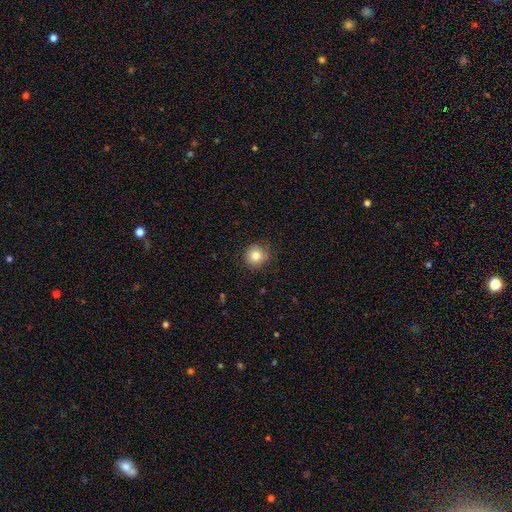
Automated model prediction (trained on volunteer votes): Q: Smooth or featured?
A: smooth (82%); runner-up: star or artifact (10%)
Q: How rounded?
A: round (91%); runner-up: in between (8%)
Q: Merging?
A: none (85%); runner-up: minor disturbance (11%)